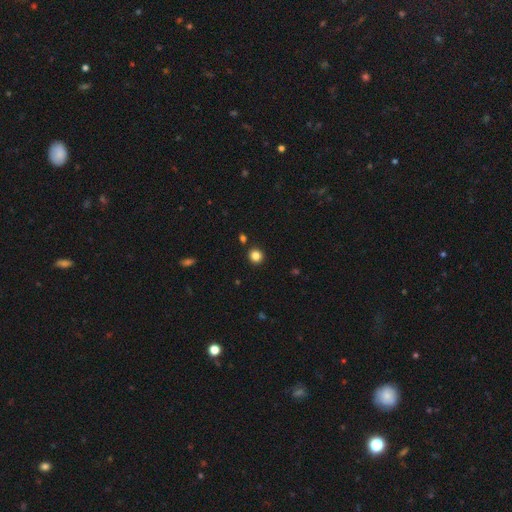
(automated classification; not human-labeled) Q: Smooth or featured?
A: smooth (84%); runner-up: star or artifact (12%)
Q: How rounded?
A: round (92%); runner-up: in between (7%)
Q: Merging?
A: none (91%); runner-up: minor disturbance (5%)